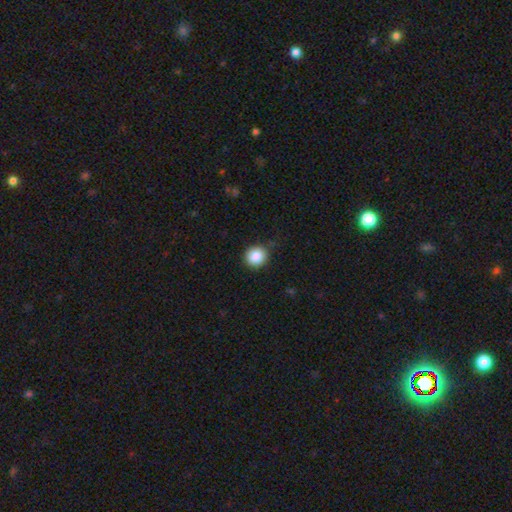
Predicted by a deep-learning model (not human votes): Smooth or featured?
  - smooth: 86% *
  - star or artifact: 9%
  - featured or disk: 4%
How rounded?
  - round: 89% *
  - in between: 10%
  - cigar-shaped: 1%
Merging?
  - none: 82% *
  - minor disturbance: 14%
  - major disturbance: 3%
  - merger: 1%